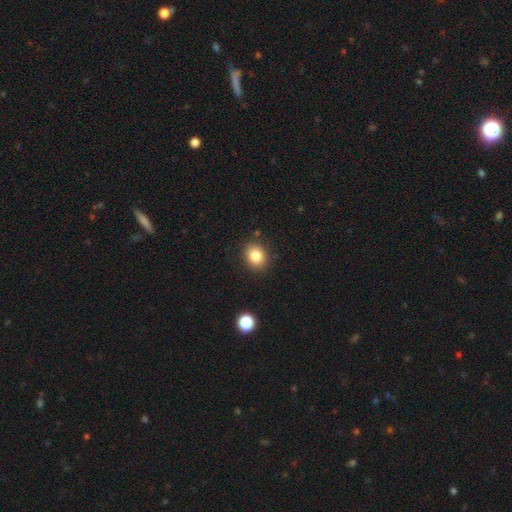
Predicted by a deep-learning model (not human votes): Q: Smooth or featured?
A: smooth (83%); runner-up: star or artifact (11%)
Q: How rounded?
A: round (61%); runner-up: in between (38%)
Q: Merging?
A: none (88%); runner-up: minor disturbance (8%)